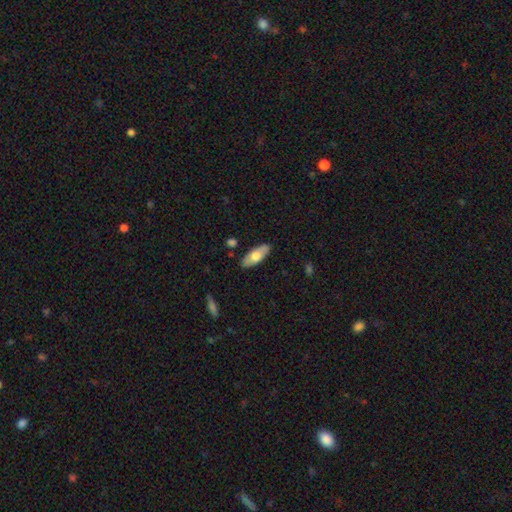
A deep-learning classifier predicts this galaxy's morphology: smooth-or-featured: smooth: 63% | featured or disk: 32% | star or artifact: 5%
  how-rounded: in between: 80% | cigar-shaped: 18% | round: 2%
  merging: none: 87% | minor disturbance: 10% | major disturbance: 2% | merger: 1%